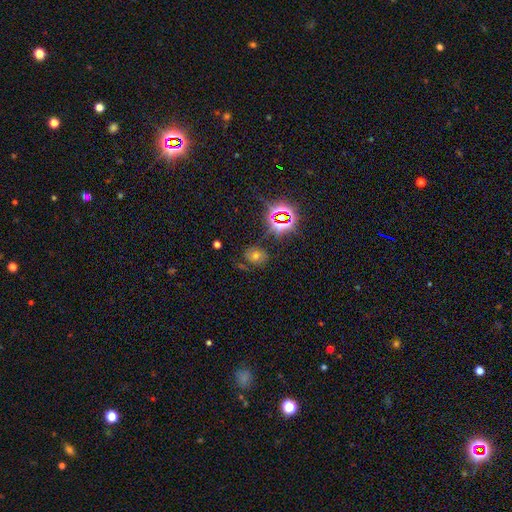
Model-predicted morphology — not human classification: This appears to be a star or artifact, not a galaxy (44%).